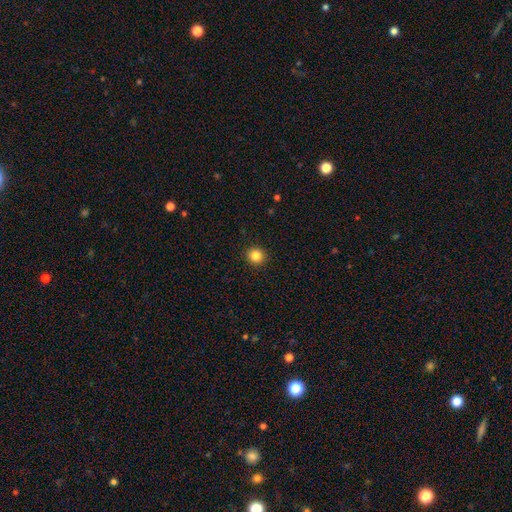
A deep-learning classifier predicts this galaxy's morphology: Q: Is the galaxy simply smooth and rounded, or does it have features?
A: smooth — 85%.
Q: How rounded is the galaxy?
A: round — 93%.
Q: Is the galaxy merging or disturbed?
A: none — 93%.